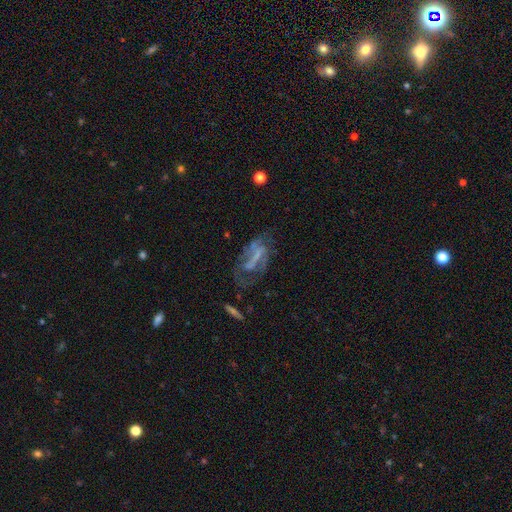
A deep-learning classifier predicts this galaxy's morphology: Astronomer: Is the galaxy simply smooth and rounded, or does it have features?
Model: featured or disk — 67%.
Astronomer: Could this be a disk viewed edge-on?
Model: no — 91%.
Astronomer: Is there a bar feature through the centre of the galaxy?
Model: strong — 37% (runner-up: weak, 32%).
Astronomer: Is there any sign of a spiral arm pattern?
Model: yes — 59% (runner-up: no, 41%).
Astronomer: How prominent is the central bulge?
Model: none — 59%.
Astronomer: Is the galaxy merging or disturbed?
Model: none — 40% (runner-up: major disturbance, 34%).